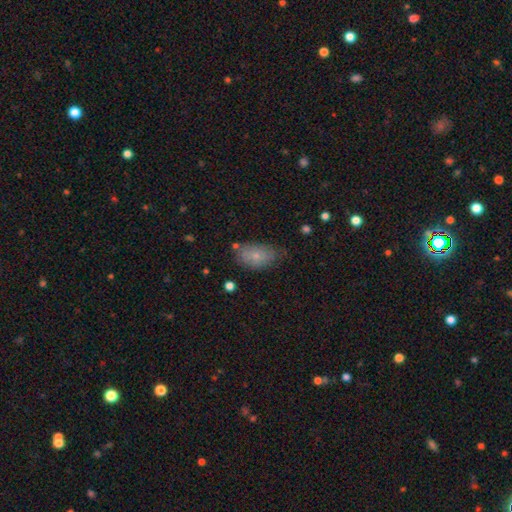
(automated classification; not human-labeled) This appears to be a smooth galaxy with no disk features (76%) that is in between round and cigar-shaped (89%). Merging: none (60%).